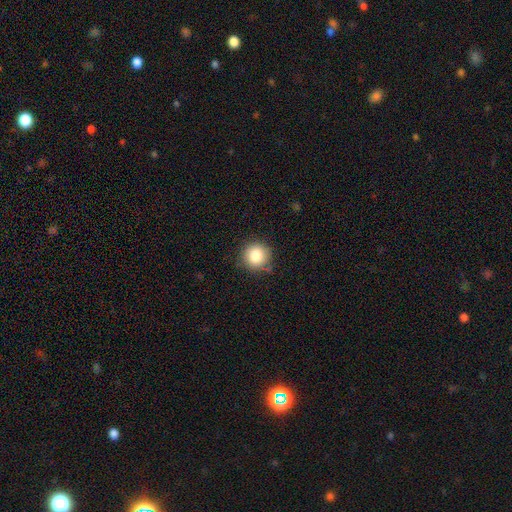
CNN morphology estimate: Smooth or featured: smooth — 84% (star or artifact — 10%)
How rounded: round — 92% (in between — 7%)
Merging: none — 84% (minor disturbance — 12%)